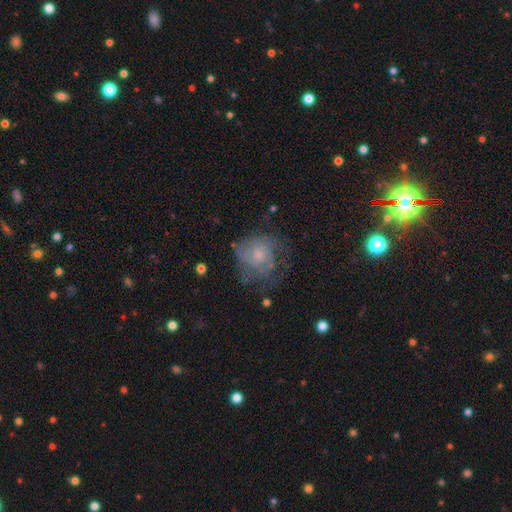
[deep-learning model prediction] Smooth or featured?
  - featured or disk: 56% *
  - smooth: 32%
  - star or artifact: 12%
Edge-on disk?
  - no: 97% *
  - yes: 3%
Bar?
  - no: 80% *
  - weak: 18%
  - strong: 2%
Spiral arms?
  - yes: 71% *
  - no: 29%
Bulge size?
  - small: 53% *
  - moderate: 35%
  - none: 8%
  - large: 3%
  - dominant: 1%
Merging?
  - none: 55% *
  - minor disturbance: 23%
  - major disturbance: 20%
  - merger: 2%